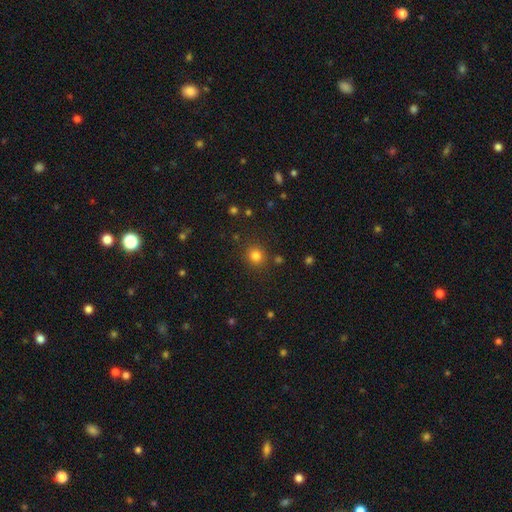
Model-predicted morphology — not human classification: The model was most divided on "smooth or featured": smooth: 80%, star or artifact: 15%, featured or disk: 5%. More confident: how rounded — round (86%); merging — none (86%).